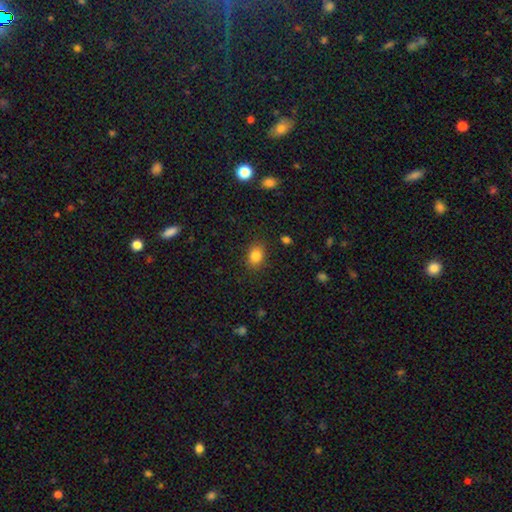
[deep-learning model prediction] This appears to be a smooth galaxy with no disk features (84%) that is in between round and cigar-shaped (64%). Merging: none (86%).